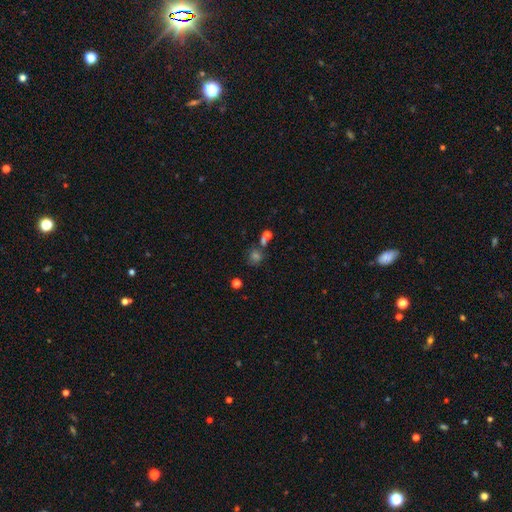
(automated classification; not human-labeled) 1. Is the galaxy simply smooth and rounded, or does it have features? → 51% smooth, 35% star or artifact, 13% featured or disk.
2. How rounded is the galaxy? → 83% round, 15% in between, 2% cigar-shaped.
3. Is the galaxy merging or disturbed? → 64% none, 20% merger, 10% minor disturbance, 6% major disturbance.